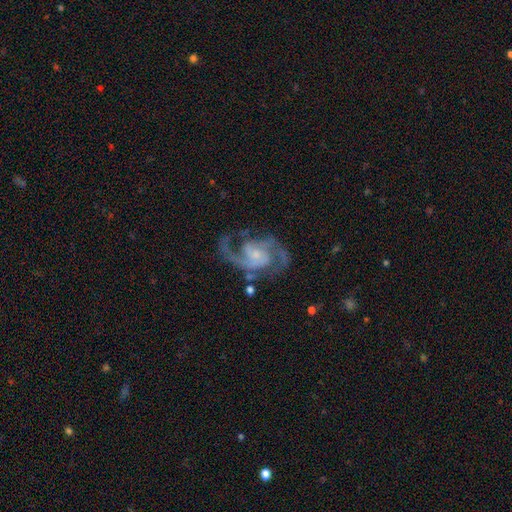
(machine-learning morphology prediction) Overall: featured or disk (91%). Edge-on disk: no (98%). Bar: no (52%; weak 38%). Spiral arms: yes (98%). Spiral arm count: 2 (83%). Spiral winding: medium (61%; loose 21%). Bulge size: small (57%; moderate 24%). Merging: none (69%).